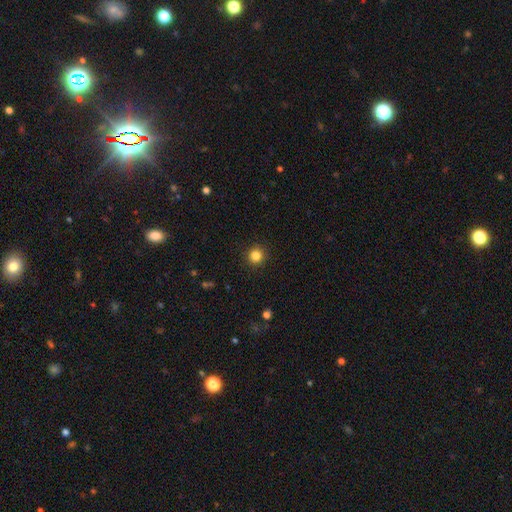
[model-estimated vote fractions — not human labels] Smooth or featured: smooth — 84% (star or artifact — 12%)
How rounded: round — 94% (in between — 5%)
Merging: none — 92% (minor disturbance — 5%)